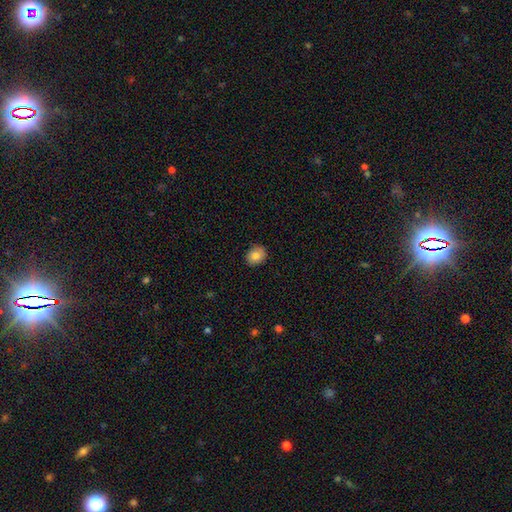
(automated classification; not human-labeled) Smooth or featured? smooth (81%)
How rounded? round (53%)
Merging? none (87%)